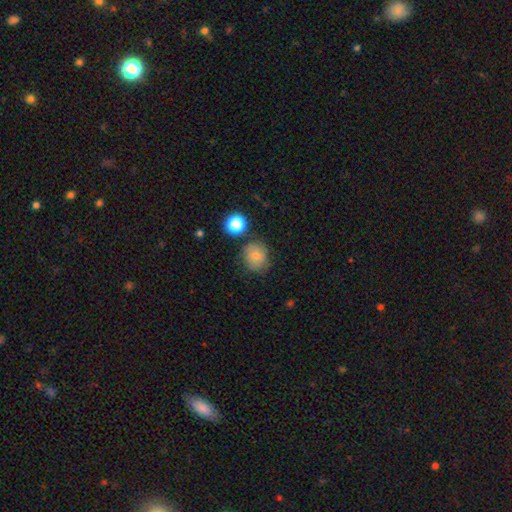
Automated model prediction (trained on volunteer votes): Morphology: type=smooth (79%); roundness=round (78%); merging=none (73%).